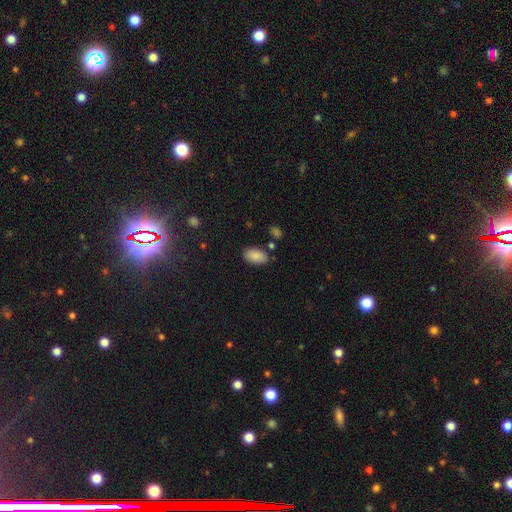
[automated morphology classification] Smooth or featured: smooth — 88% (star or artifact — 8%)
How rounded: in between — 93% (round — 5%)
Merging: none — 81% (minor disturbance — 12%)